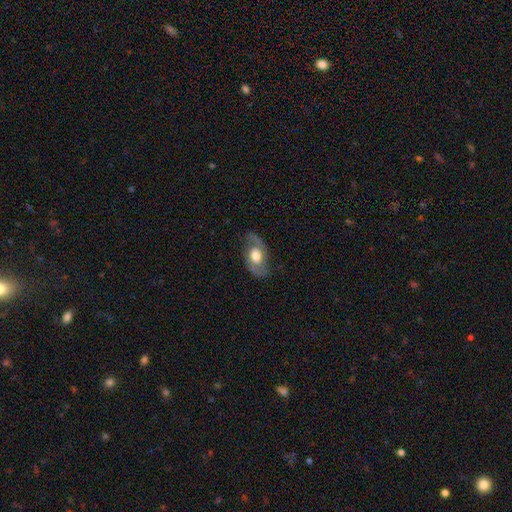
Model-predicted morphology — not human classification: smooth-or-featured: featured or disk: 65% | smooth: 29% | star or artifact: 6%
  disk-edge-on: no: 92% | yes: 8%
    bar: no: 76% | weak: 20% | strong: 5%
    has-spiral-arms: yes: 70% | no: 30%
    bulge-size: moderate: 50% | large: 41% | small: 4% | dominant: 3% | none: 1%
  merging: none: 73% | minor disturbance: 18% | major disturbance: 8% | merger: 1%